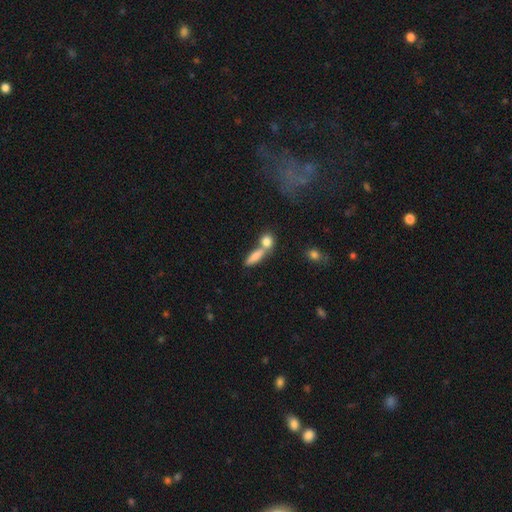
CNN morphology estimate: Smooth or featured? smooth (77%)
How rounded? in between (50%)
Merging? merger (45%)